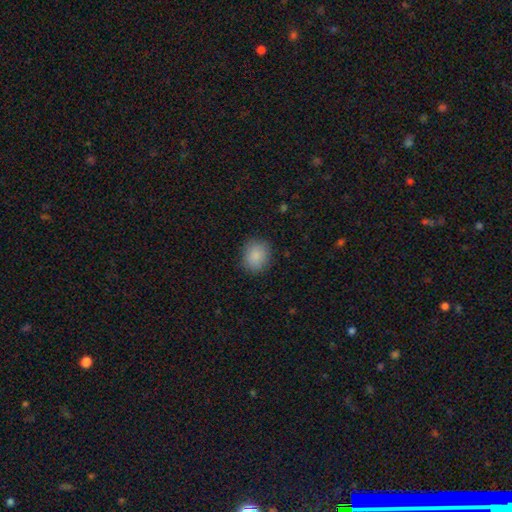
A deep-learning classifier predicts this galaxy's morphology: This appears to be a smooth galaxy with no disk features (87%) that is round (71%). Merging: none (86%).